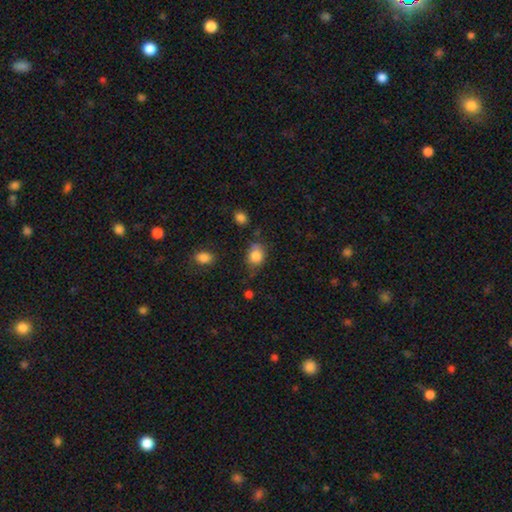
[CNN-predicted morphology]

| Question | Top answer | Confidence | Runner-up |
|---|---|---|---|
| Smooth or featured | smooth | 83% | star or artifact (10%) |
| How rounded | in between | 51% | round (48%) |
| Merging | none | 59% | minor disturbance (28%) |